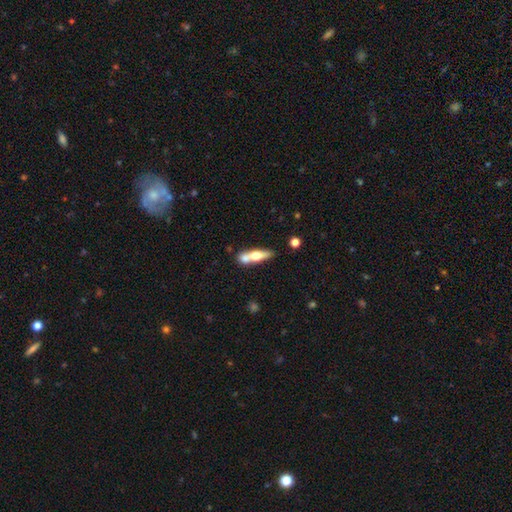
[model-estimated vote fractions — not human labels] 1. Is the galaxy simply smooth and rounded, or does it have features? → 52% smooth, 42% featured or disk, 6% star or artifact.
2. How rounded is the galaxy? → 61% cigar-shaped, 34% in between, 5% round.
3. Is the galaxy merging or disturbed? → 43% merger, 41% none, 12% minor disturbance, 4% major disturbance.